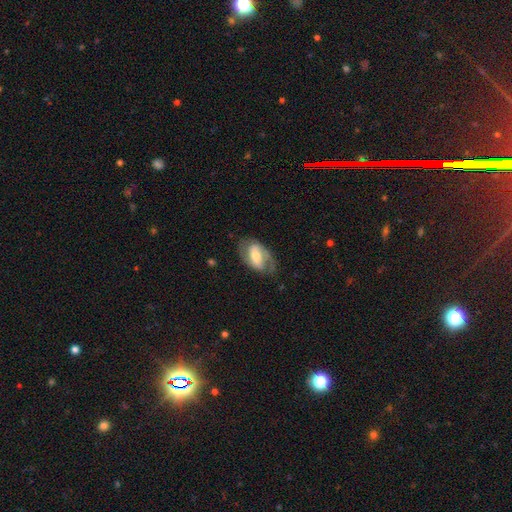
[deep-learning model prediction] The model was most divided on "bar": weak: 38%, strong: 34%, no: 29%. Remaining: edge-on disk — no (95%); spiral arms — yes (81%); spiral arm count — 2 (76%); smooth or featured — featured or disk (68%); merging — none (66%); bulge size — moderate (60%); spiral winding — medium (46%).